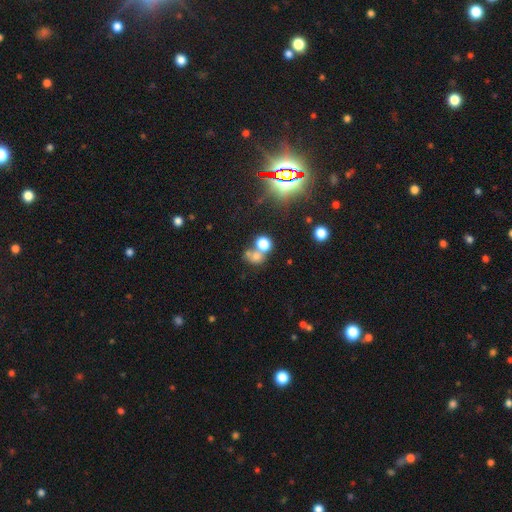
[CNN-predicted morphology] A smooth galaxy with no disk features (66%) that is round (71%). Merging: merger (49%).